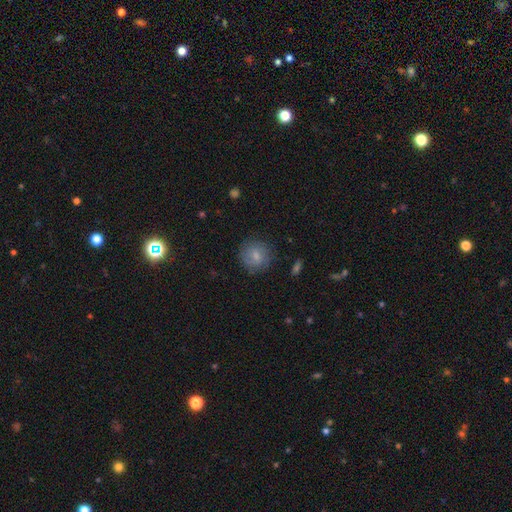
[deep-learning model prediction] smooth-or-featured: smooth: 74% | featured or disk: 18% | star or artifact: 8%
  how-rounded: round: 87% | in between: 12% | cigar-shaped: 1%
  merging: none: 80% | minor disturbance: 14% | major disturbance: 4% | merger: 1%